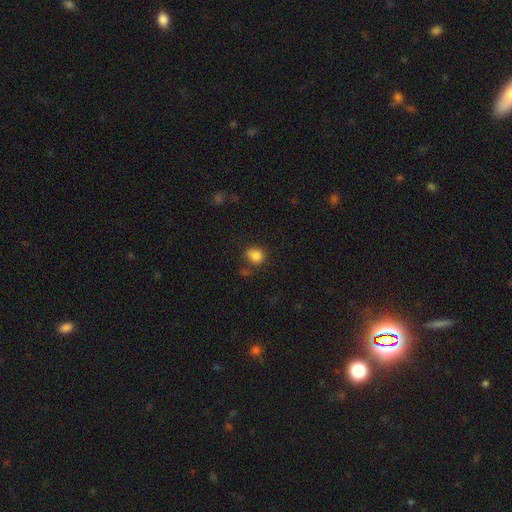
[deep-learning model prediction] smooth 83%, star or artifact 11%, featured or disk 6%. Down the decision tree: how rounded — round (67%); merging — none (60%).